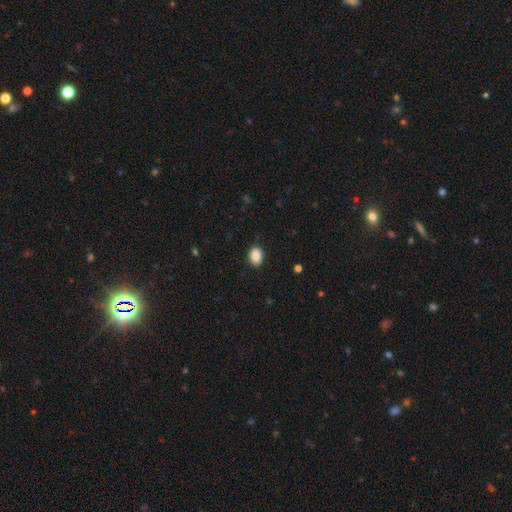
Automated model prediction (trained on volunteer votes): smooth 89%, star or artifact 8%, featured or disk 3%. Down the decision tree: how rounded — in between (79%); merging — none (88%).